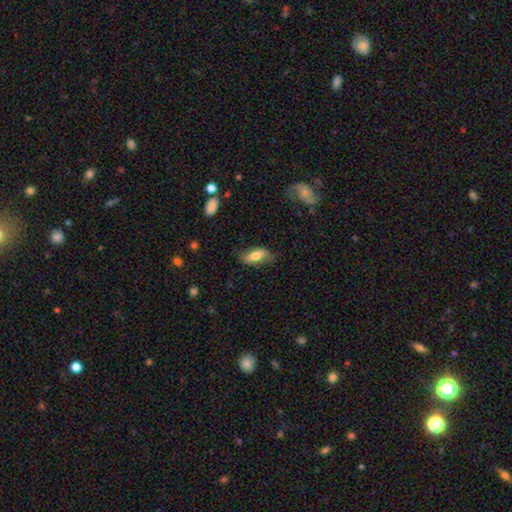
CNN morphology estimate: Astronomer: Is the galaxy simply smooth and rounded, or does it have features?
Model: smooth — 68%.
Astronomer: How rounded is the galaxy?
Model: in between — 78%.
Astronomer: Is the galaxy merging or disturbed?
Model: none — 70%.